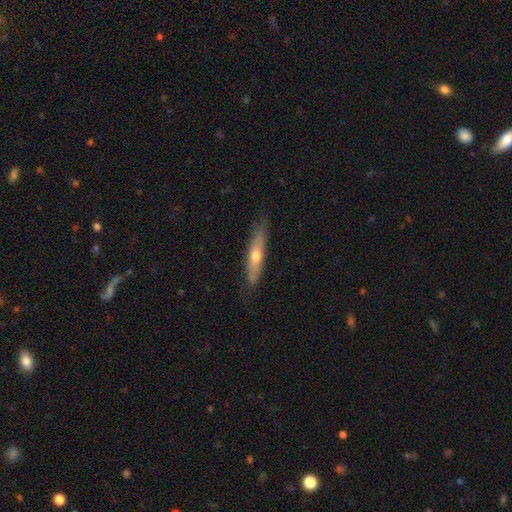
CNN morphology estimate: This appears to be a featured or disk galaxy (50%). Merging: none (83%).